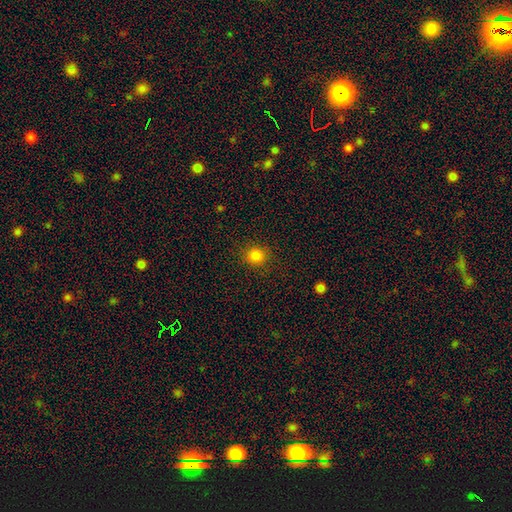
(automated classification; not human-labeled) smooth_or_featured: smooth (p=0.84) [alt: star or artifact p=0.12]
how_rounded: round (p=0.86) [alt: in between p=0.13]
merging: none (p=0.89) [alt: minor disturbance p=0.07]